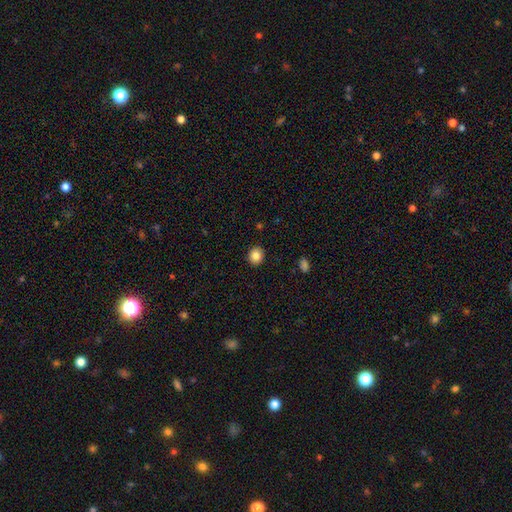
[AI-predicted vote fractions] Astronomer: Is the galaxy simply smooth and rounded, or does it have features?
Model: smooth — 85%.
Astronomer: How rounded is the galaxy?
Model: round — 79%.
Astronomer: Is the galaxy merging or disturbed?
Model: none — 91%.